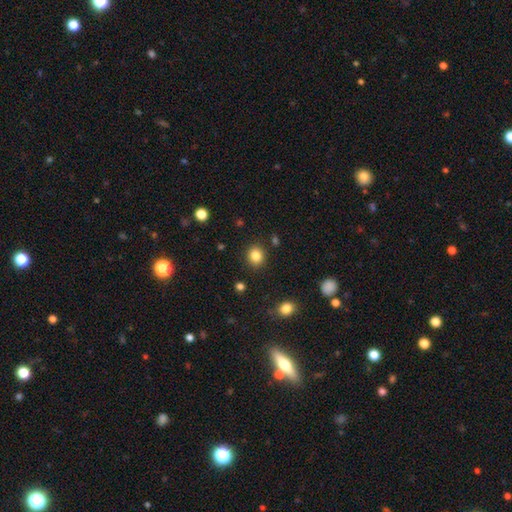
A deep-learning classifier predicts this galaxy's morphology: The model was most divided on "how rounded": round: 78%, in between: 21%, cigar-shaped: 1%. More confident: merging — none (89%); smooth or featured — smooth (84%).